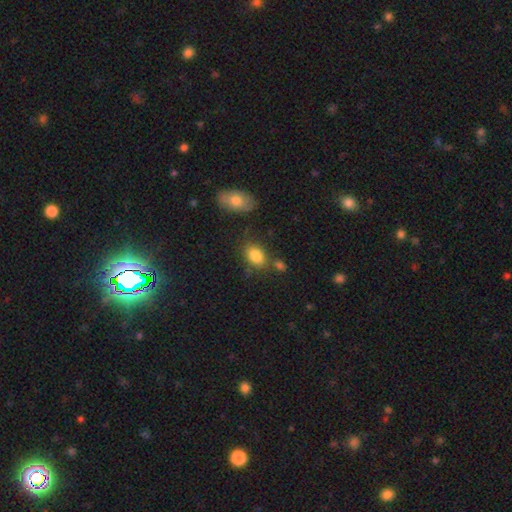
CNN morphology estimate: Smooth or featured?
  - smooth: 84% *
  - star or artifact: 9%
  - featured or disk: 8%
How rounded?
  - in between: 84% *
  - round: 15%
  - cigar-shaped: 2%
Merging?
  - none: 67% *
  - minor disturbance: 16%
  - merger: 12%
  - major disturbance: 5%